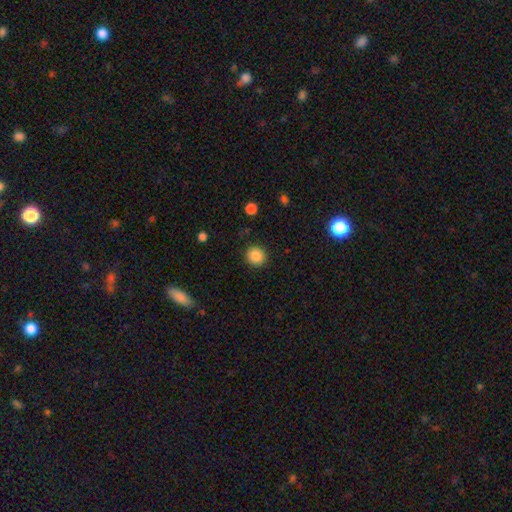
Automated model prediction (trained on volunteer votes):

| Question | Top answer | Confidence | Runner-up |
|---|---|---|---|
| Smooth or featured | smooth | 86% | star or artifact (10%) |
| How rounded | round | 91% | in between (8%) |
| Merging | none | 90% | minor disturbance (6%) |